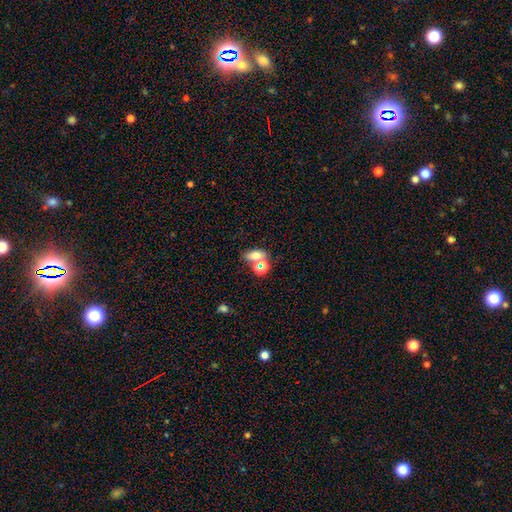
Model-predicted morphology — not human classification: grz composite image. It shows a smooth galaxy with no disk features (61%) that is in between round and cigar-shaped (72%). Merging: none (49%).